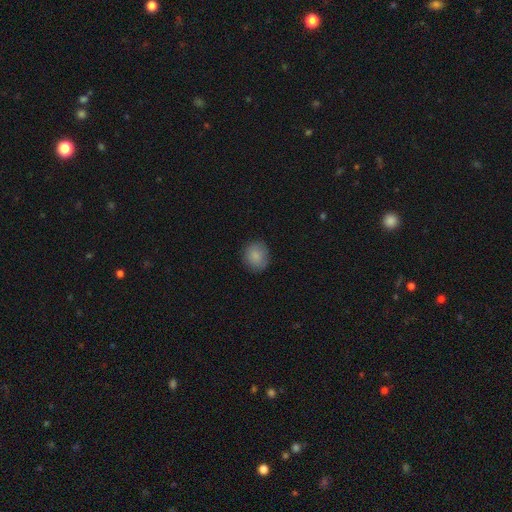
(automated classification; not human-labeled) Smooth or featured? smooth (86%)
How rounded? round (75%)
Merging? none (84%)